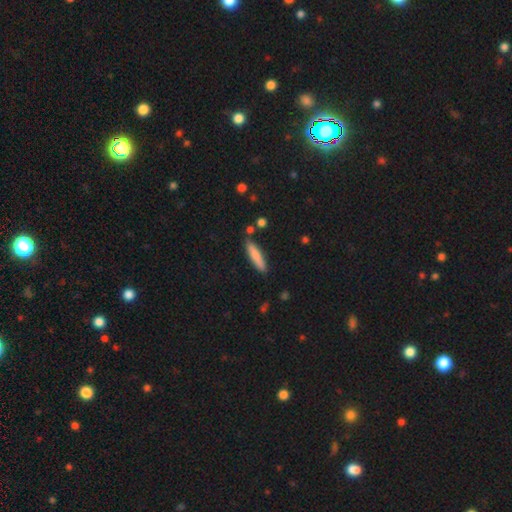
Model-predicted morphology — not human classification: Q: Smooth or featured?
A: smooth (81%); runner-up: featured or disk (13%)
Q: How rounded?
A: cigar-shaped (84%); runner-up: in between (15%)
Q: Merging?
A: none (84%); runner-up: minor disturbance (11%)